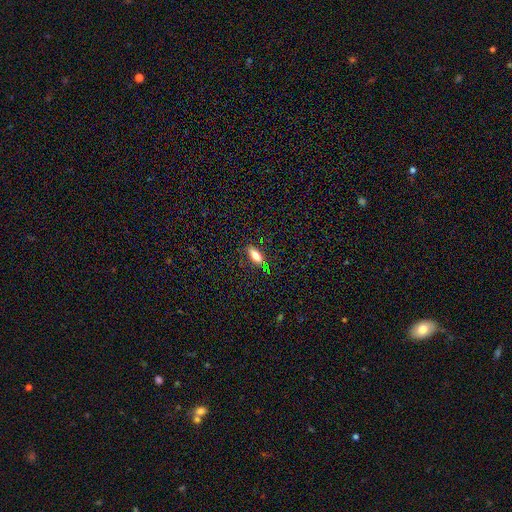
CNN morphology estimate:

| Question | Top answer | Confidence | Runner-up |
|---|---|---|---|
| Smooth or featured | smooth | 70% | featured or disk (20%) |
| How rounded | in between | 76% | cigar-shaped (20%) |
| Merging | none | 82% | minor disturbance (12%) |